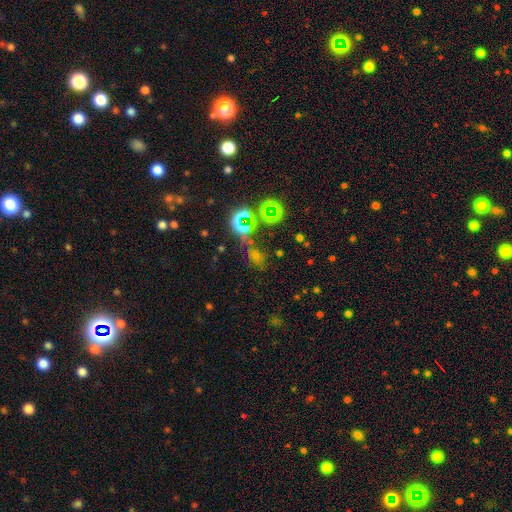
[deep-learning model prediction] The model was most divided on "smooth or featured": star or artifact: 56%, smooth: 31%, featured or disk: 12%.